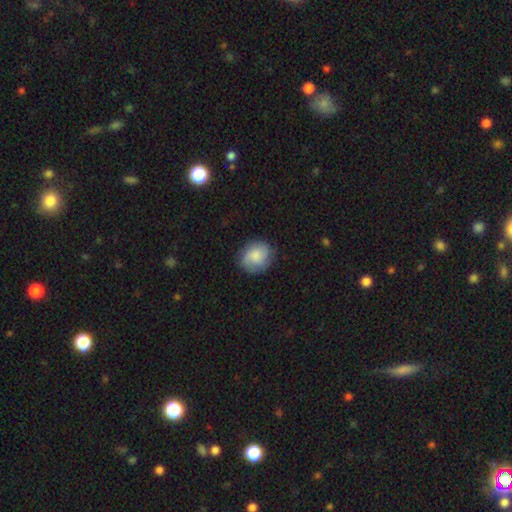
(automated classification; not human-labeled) Smooth or featured: smooth — 57% (featured or disk — 36%)
How rounded: round — 67% (in between — 32%)
Merging: none — 79% (minor disturbance — 15%)